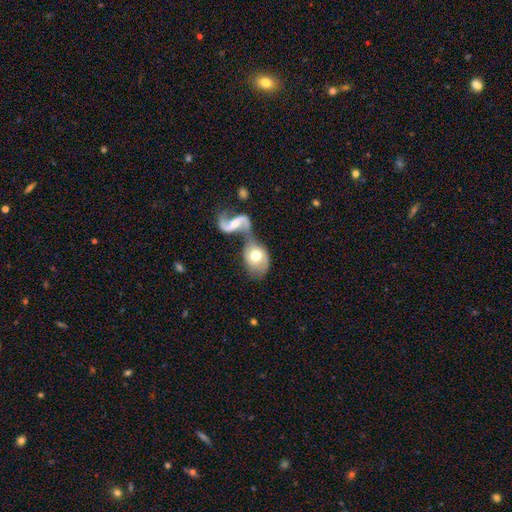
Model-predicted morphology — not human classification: The model was most divided on "smooth or featured": smooth: 52%, featured or disk: 42%, star or artifact: 6%. More confident: how rounded — in between (76%); merging — merger (65%).